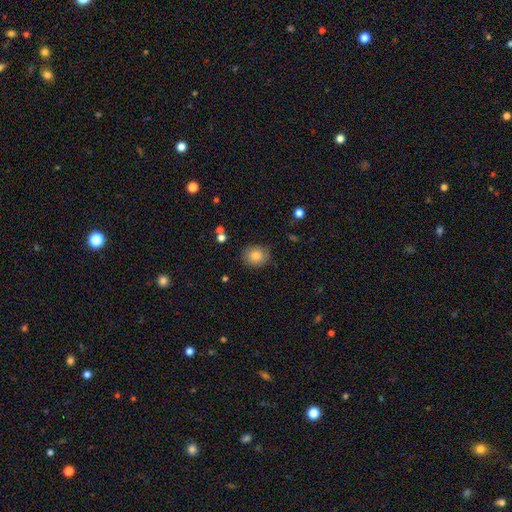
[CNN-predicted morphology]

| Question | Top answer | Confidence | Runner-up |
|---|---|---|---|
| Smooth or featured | smooth | 82% | star or artifact (9%) |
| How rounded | round | 73% | in between (26%) |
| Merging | none | 83% | minor disturbance (13%) |